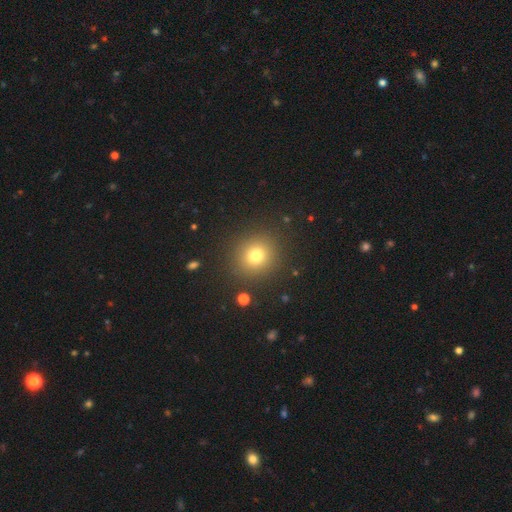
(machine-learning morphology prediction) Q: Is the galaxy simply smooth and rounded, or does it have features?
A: smooth — 75%.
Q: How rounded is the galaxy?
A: round — 88%.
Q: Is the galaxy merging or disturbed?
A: none — 89%.